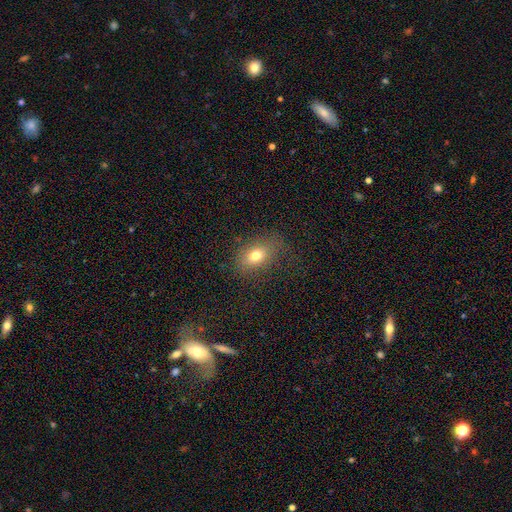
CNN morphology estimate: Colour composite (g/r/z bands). It shows a smooth galaxy with no disk features (74%) that is in between round and cigar-shaped (72%). Merging: none (76%).